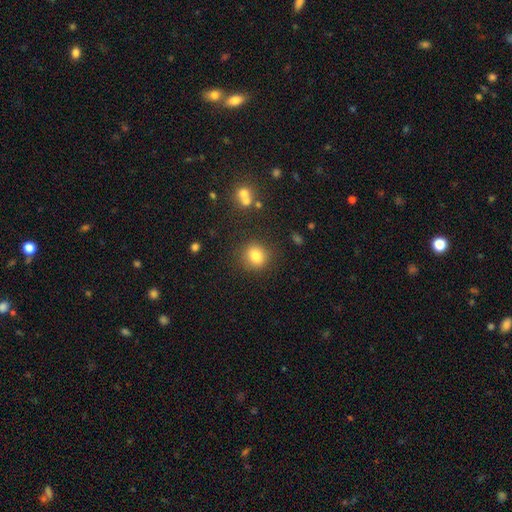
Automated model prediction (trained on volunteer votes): Q: Smooth or featured?
A: smooth (81%); runner-up: star or artifact (11%)
Q: How rounded?
A: round (79%); runner-up: in between (20%)
Q: Merging?
A: none (85%); runner-up: minor disturbance (9%)